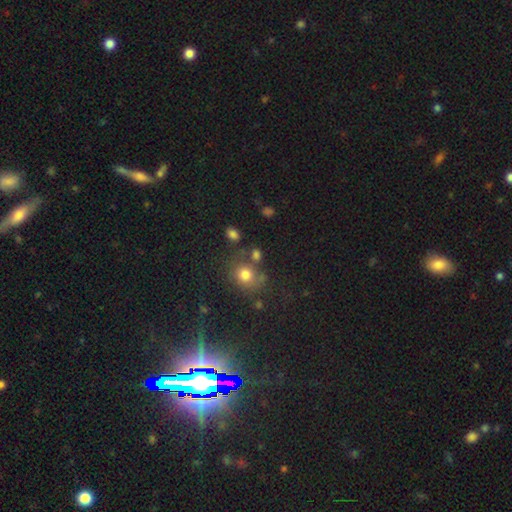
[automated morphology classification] The model was most divided on "how rounded": round: 68%, in between: 30%, cigar-shaped: 2%. More confident: smooth or featured — smooth (73%); merging — none (60%).